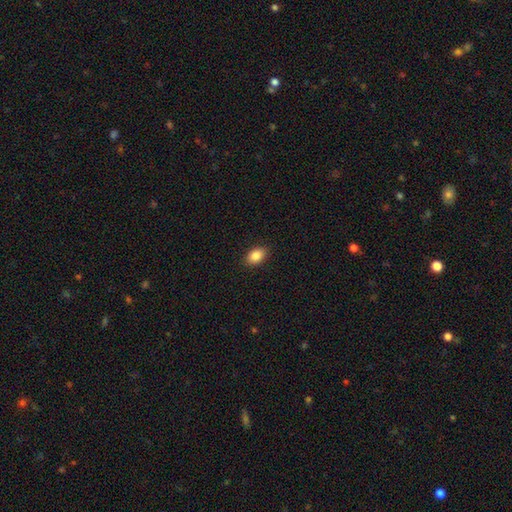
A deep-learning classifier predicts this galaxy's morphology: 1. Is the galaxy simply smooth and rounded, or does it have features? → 86% smooth, 8% star or artifact, 6% featured or disk.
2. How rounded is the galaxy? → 84% in between, 14% round, 1% cigar-shaped.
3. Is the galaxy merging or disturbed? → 90% none, 7% minor disturbance, 2% major disturbance, 1% merger.